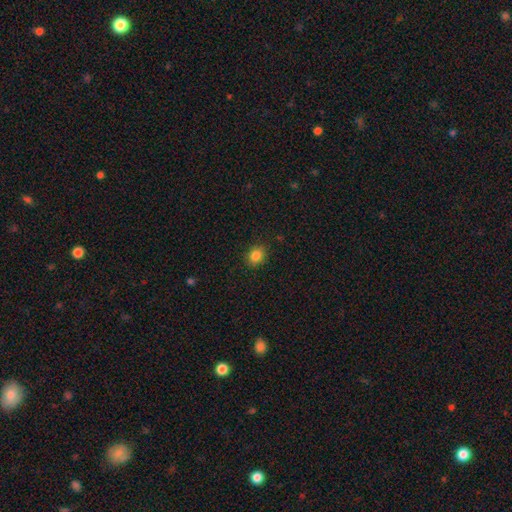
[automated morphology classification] Smooth or featured? smooth (84%)
How rounded? round (59%)
Merging? none (89%)